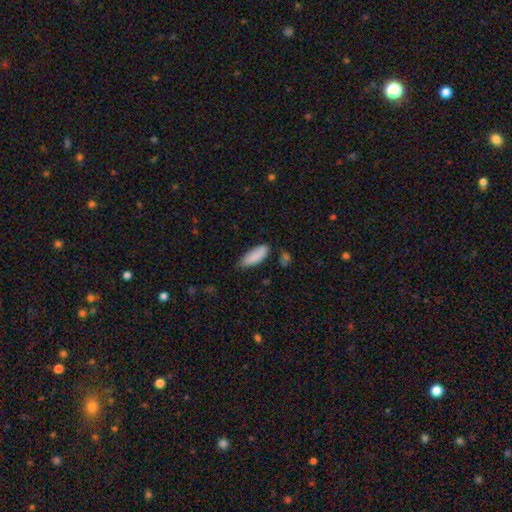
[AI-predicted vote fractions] This is clearly a smooth galaxy (88%). How rounded: likely in between (64%). Merging: likely none (72%).